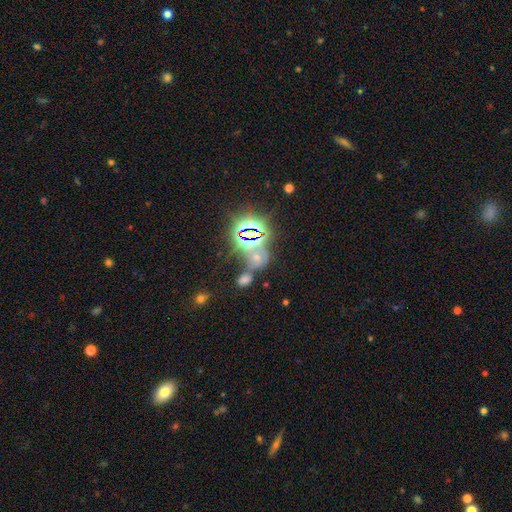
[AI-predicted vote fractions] Smooth or featured?
  - star or artifact: 62% *
  - smooth: 26%
  - featured or disk: 12%